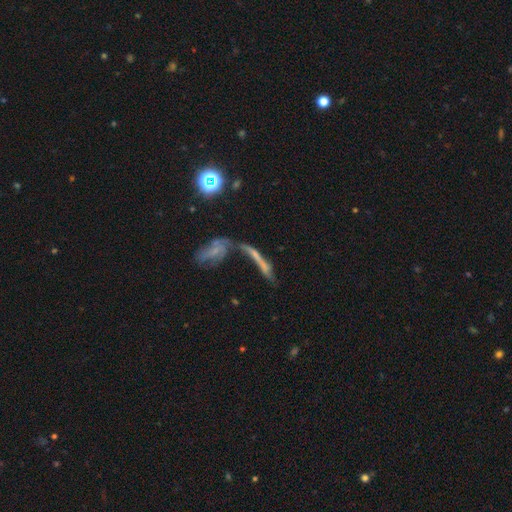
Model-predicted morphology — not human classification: smooth_or_featured: featured or disk (p=0.46) [alt: smooth p=0.34]
merging: merger (p=0.56) [alt: none p=0.22]